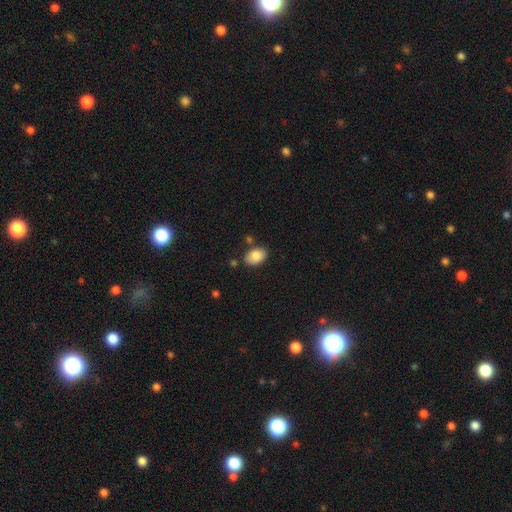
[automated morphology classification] A smooth galaxy with no disk features (84%) that is in between round and cigar-shaped (87%). Merging: none (78%).